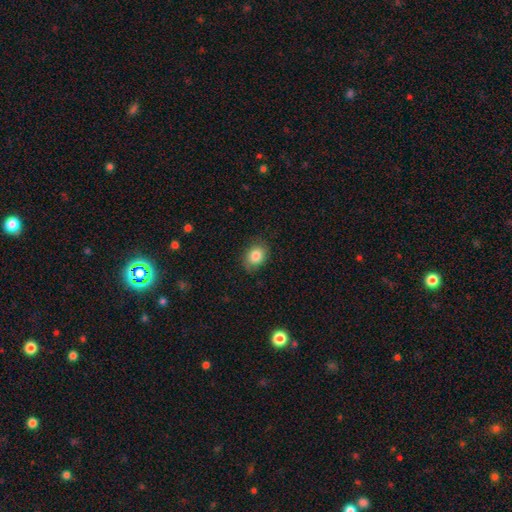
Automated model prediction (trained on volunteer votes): Q: Smooth or featured?
A: smooth (85%); runner-up: star or artifact (8%)
Q: How rounded?
A: in between (65%); runner-up: round (34%)
Q: Merging?
A: none (81%); runner-up: minor disturbance (15%)